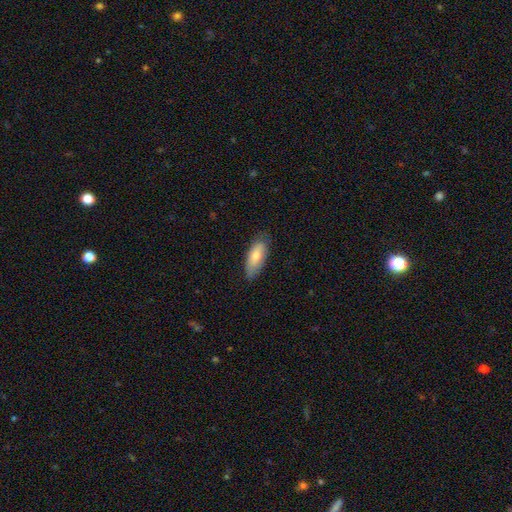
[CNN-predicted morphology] The model was most divided on "how rounded": in between: 77%, cigar-shaped: 21%, round: 2%. More confident: smooth or featured — smooth (77%); merging — none (77%).